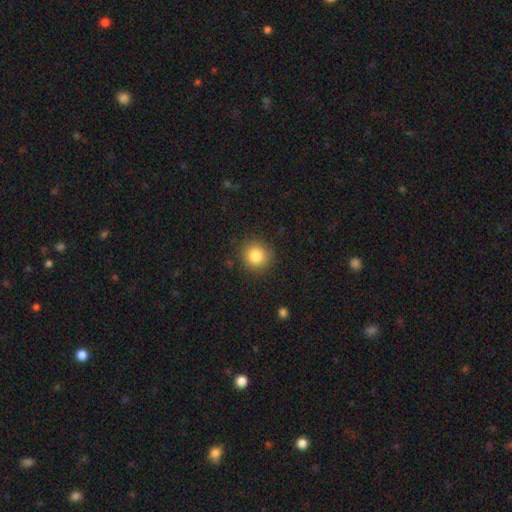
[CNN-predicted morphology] Q: Smooth or featured?
A: smooth (84%); runner-up: star or artifact (10%)
Q: How rounded?
A: round (90%); runner-up: in between (9%)
Q: Merging?
A: none (88%); runner-up: minor disturbance (8%)